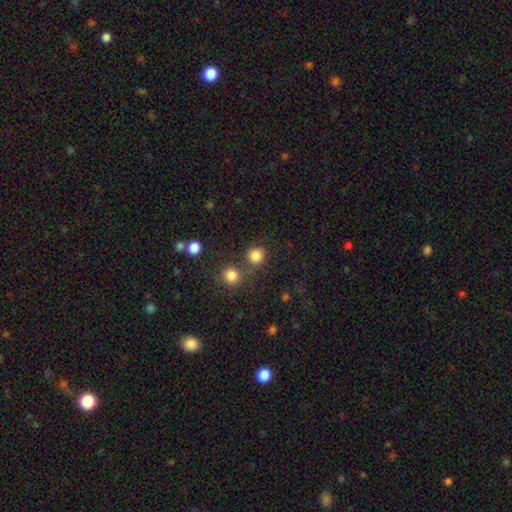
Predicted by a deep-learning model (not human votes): The model was most divided on "merging": none: 76%, merger: 13%, minor disturbance: 8%, major disturbance: 3%. More confident: how rounded — round (91%); smooth or featured — smooth (84%).